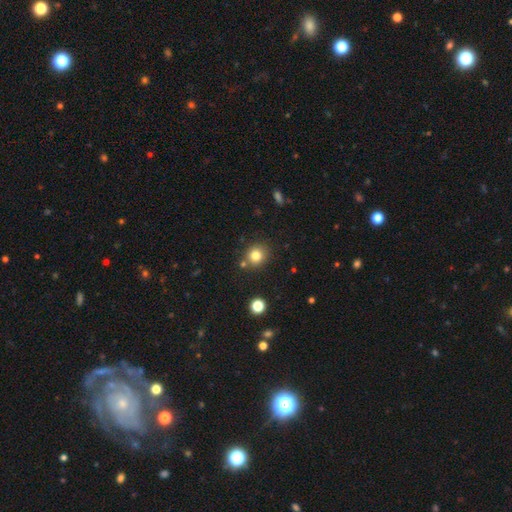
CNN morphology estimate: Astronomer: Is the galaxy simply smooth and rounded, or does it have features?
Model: smooth — 80%.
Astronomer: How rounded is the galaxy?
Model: round — 84%.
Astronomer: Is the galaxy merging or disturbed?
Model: none — 79%.